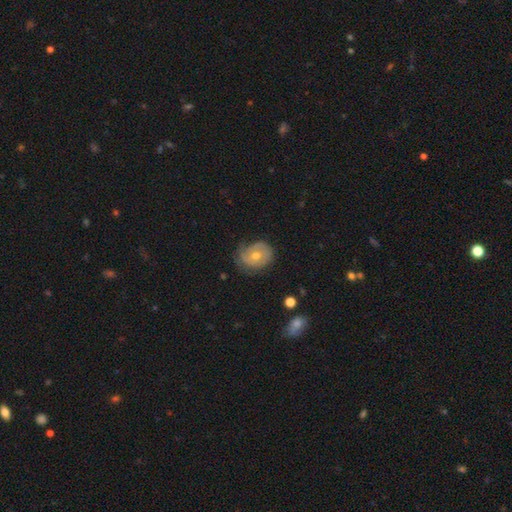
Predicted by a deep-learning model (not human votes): Overall: featured or disk (62%; smooth 29%). Edge-on disk: no (96%). Bar: no (77%). Spiral arms: yes (75%). Bulge size: moderate (64%; small 32%). Merging: none (66%).